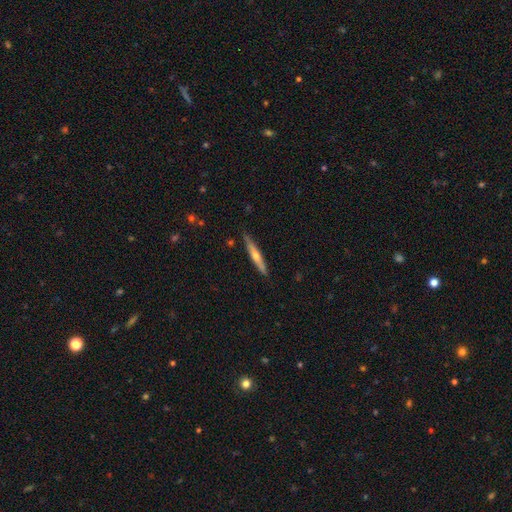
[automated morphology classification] Smooth or featured?
  - featured or disk: 57% *
  - smooth: 37%
  - star or artifact: 6%
Edge-on disk?
  - yes: 96% *
  - no: 4%
Edge-on bulge?
  - rounded: 81% *
  - none: 15%
  - boxy: 3%
Merging?
  - none: 88% *
  - minor disturbance: 9%
  - major disturbance: 2%
  - merger: 1%